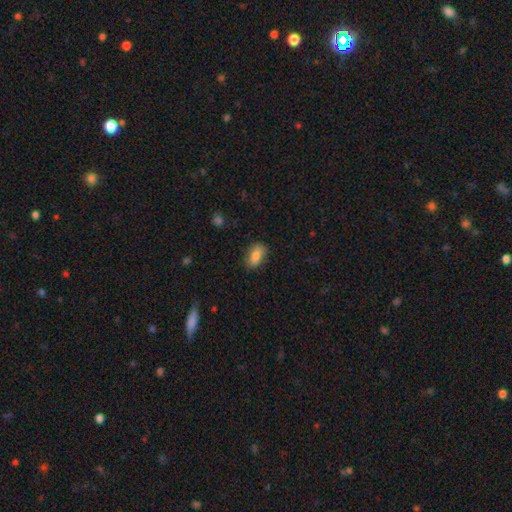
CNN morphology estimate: A smooth galaxy with no disk features (82%) that is in between round and cigar-shaped (88%). Merging: none (80%).